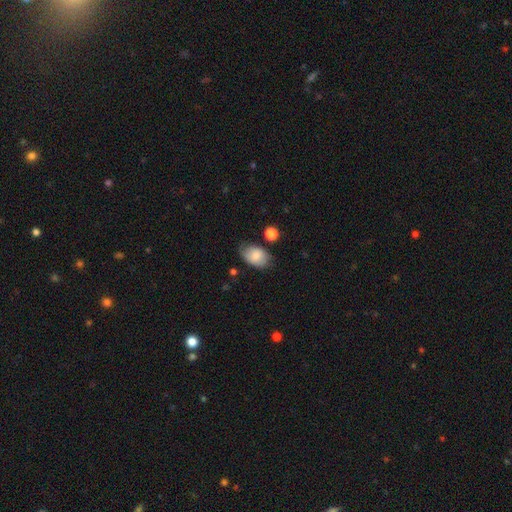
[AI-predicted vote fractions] smooth_or_featured: smooth (p=0.76) [alt: featured or disk p=0.16]
how_rounded: in between (p=0.84) [alt: round p=0.15]
merging: none (p=0.65) [alt: minor disturbance p=0.25]